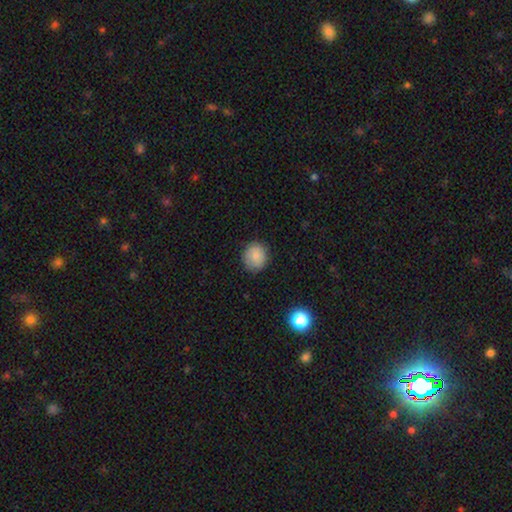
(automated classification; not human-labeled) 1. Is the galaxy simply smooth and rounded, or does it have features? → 83% smooth, 9% star or artifact, 8% featured or disk.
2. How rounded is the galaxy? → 84% round, 15% in between, 1% cigar-shaped.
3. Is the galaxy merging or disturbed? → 86% none, 11% minor disturbance, 2% major disturbance, 1% merger.